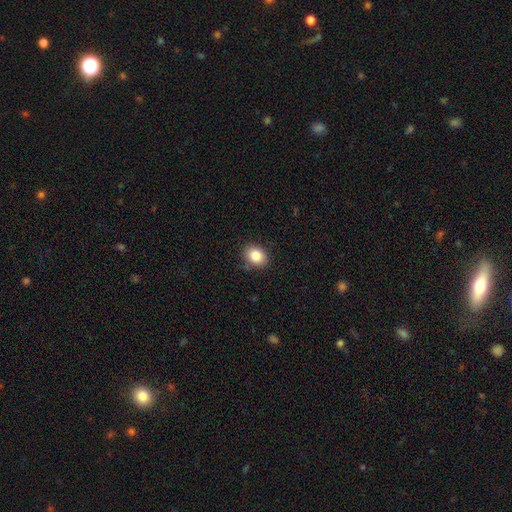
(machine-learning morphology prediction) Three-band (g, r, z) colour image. It shows a smooth galaxy with no disk features (84%) that is in between round and cigar-shaped (56%). Merging: none (86%).